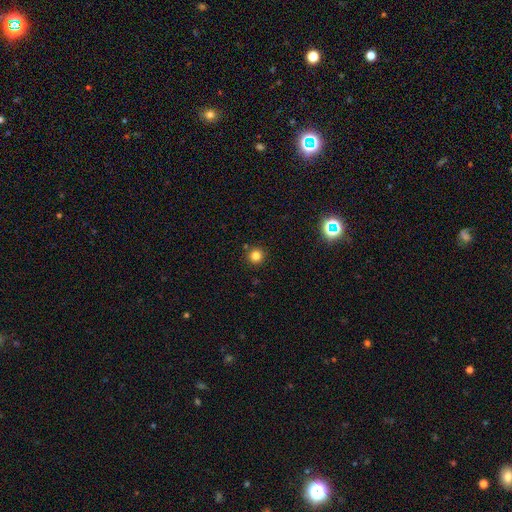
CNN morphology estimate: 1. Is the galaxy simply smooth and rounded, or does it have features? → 81% smooth, 14% star or artifact, 5% featured or disk.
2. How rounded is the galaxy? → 95% round, 4% in between, 1% cigar-shaped.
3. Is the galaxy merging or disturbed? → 89% none, 6% minor disturbance, 3% merger, 2% major disturbance.